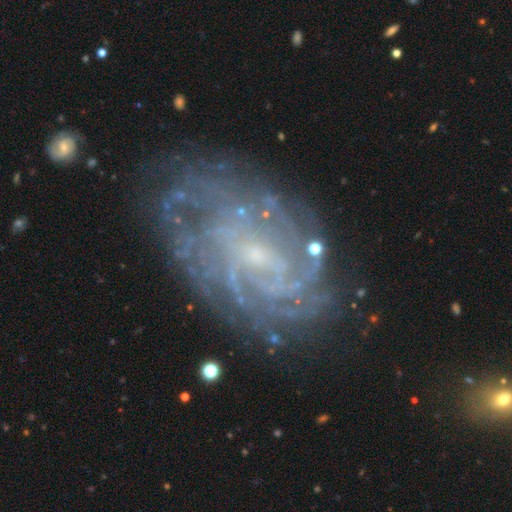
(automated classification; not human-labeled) This appears to be a featured or disk galaxy (85%) with no bar (51%), tight (69%) spiral arms (93%) and a small central bulge (75%). Merging: none (72%).